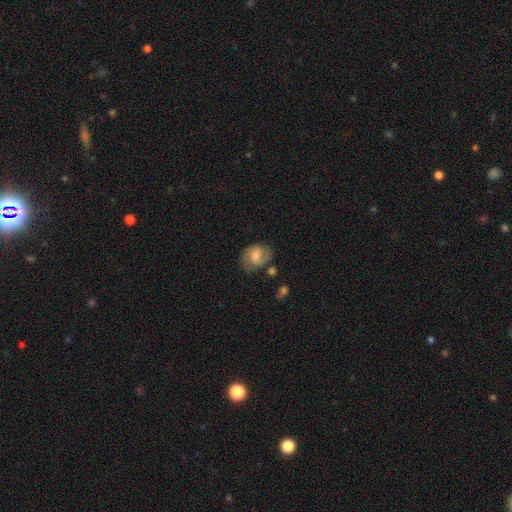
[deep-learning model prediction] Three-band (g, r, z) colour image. It shows a smooth galaxy with no disk features (54%) that is in between round and cigar-shaped (58%). Merging: none (64%).